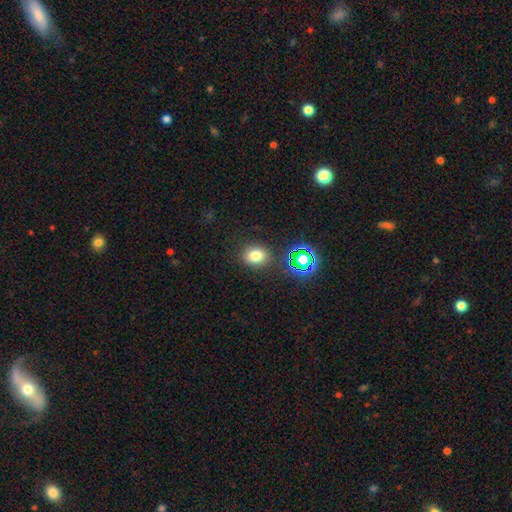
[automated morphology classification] This appears to be a smooth galaxy with no disk features (74%) that is round (52%). Merging: none (85%).